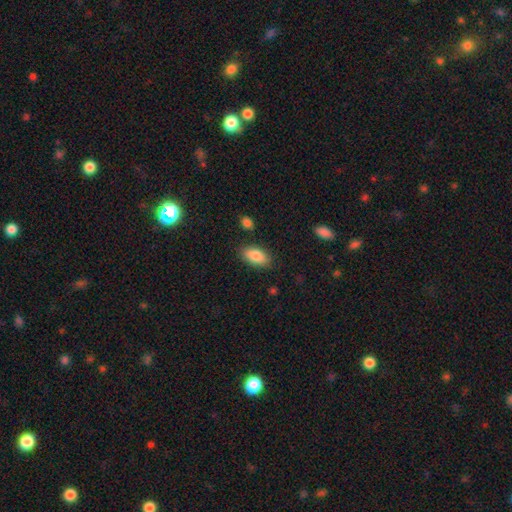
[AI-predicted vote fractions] A smooth galaxy with no disk features (85%) that is in between round and cigar-shaped (92%). Merging: none (84%).